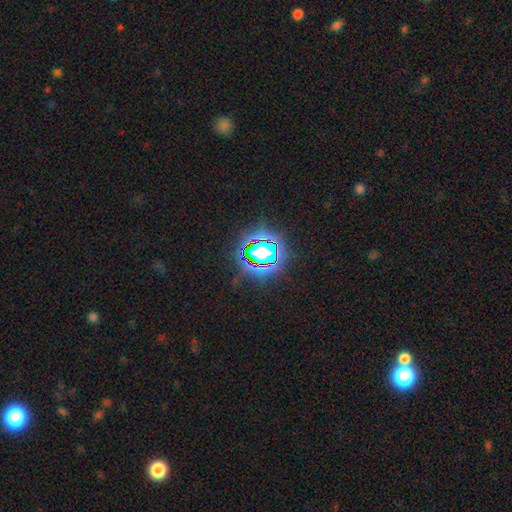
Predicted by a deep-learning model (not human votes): Smooth or featured: star or artifact — 80% (smooth — 13%)